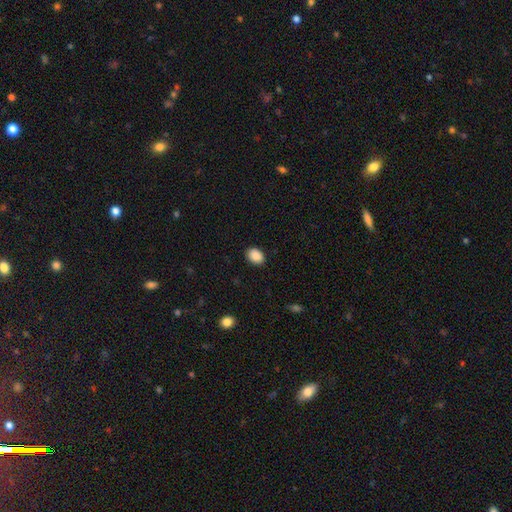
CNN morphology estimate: smooth-or-featured: smooth: 90% | star or artifact: 8% | featured or disk: 3%
  how-rounded: in between: 70% | round: 29% | cigar-shaped: 1%
  merging: none: 88% | minor disturbance: 9% | major disturbance: 2% | merger: 1%